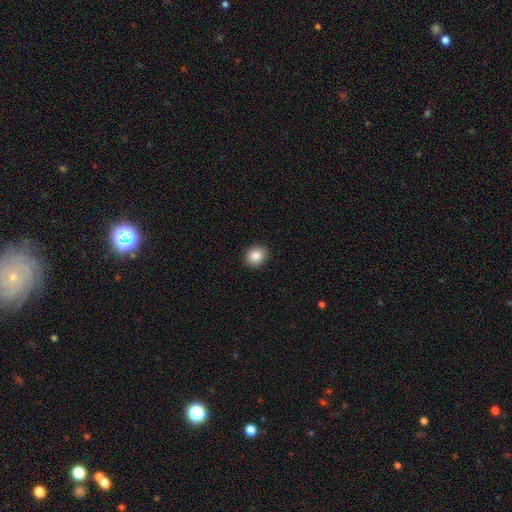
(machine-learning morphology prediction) Smooth or featured? smooth (87%)
How rounded? round (63%)
Merging? none (91%)